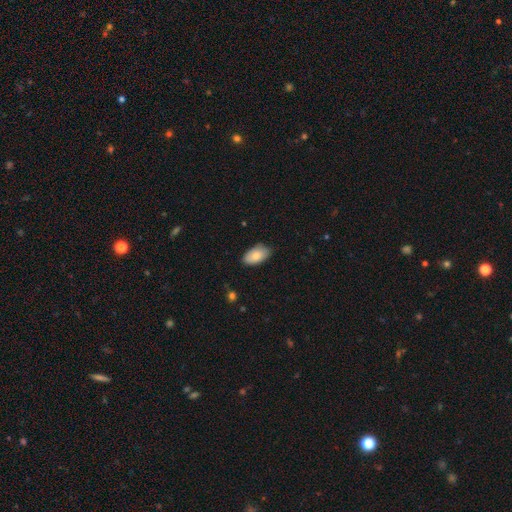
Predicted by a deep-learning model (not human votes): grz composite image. It shows a smooth galaxy with no disk features (81%) that is in between round and cigar-shaped (94%). Merging: none (79%).